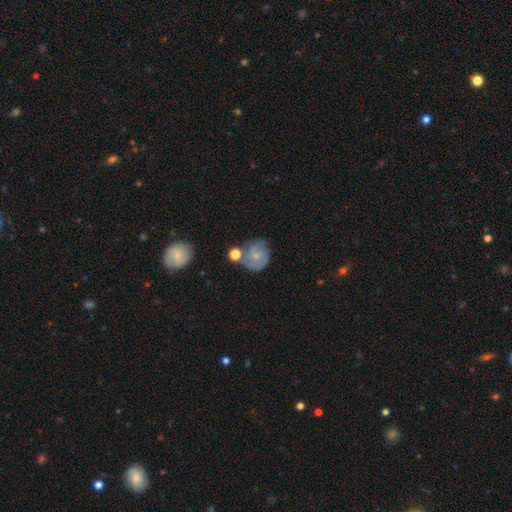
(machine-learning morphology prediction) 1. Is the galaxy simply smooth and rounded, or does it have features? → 64% featured or disk, 28% smooth, 8% star or artifact.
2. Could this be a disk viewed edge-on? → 98% no, 2% yes.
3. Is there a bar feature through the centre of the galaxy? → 74% no, 23% weak, 4% strong.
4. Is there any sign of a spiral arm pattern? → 87% yes, 13% no.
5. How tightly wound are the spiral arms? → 49% tight, 38% medium, 13% loose.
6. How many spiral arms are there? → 52% 2, 20% can't tell, 13% 3, 9% 1, 3% 4, 2% more than 4.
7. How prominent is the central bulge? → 65% small, 26% moderate, 6% none, 2% large, 1% dominant.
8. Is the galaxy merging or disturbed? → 50% none, 22% minor disturbance, 17% merger, 11% major disturbance.